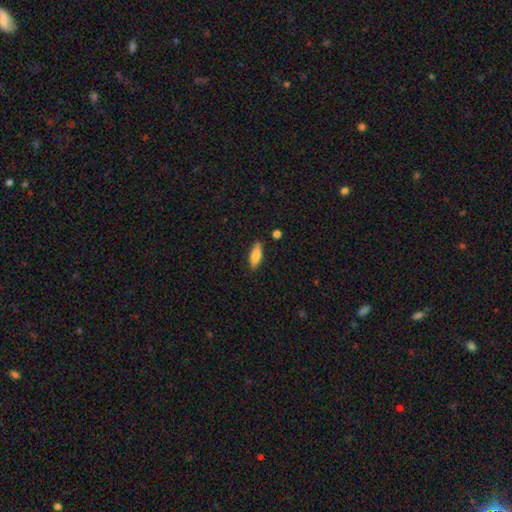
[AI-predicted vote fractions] Smooth or featured: smooth — 79% (featured or disk — 14%)
How rounded: in between — 59% (cigar-shaped — 39%)
Merging: none — 83% (minor disturbance — 12%)